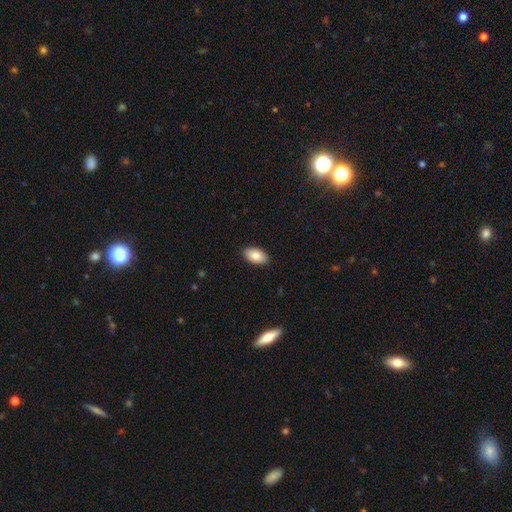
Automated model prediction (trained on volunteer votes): Overall: smooth (85%). How rounded: in between (95%). Merging: none (89%).